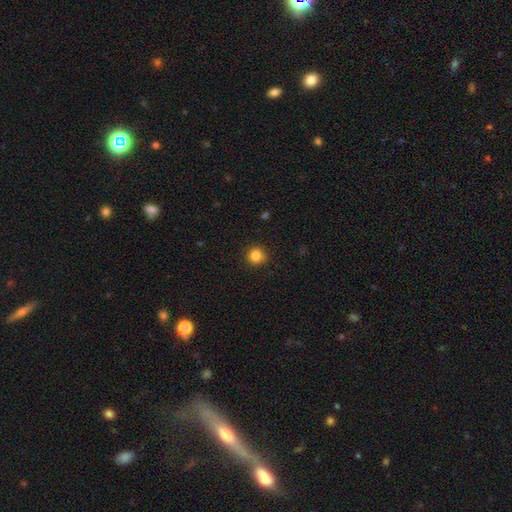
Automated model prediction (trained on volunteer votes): Smooth or featured: smooth — 84% (star or artifact — 11%)
How rounded: round — 90% (in between — 9%)
Merging: none — 87% (minor disturbance — 10%)